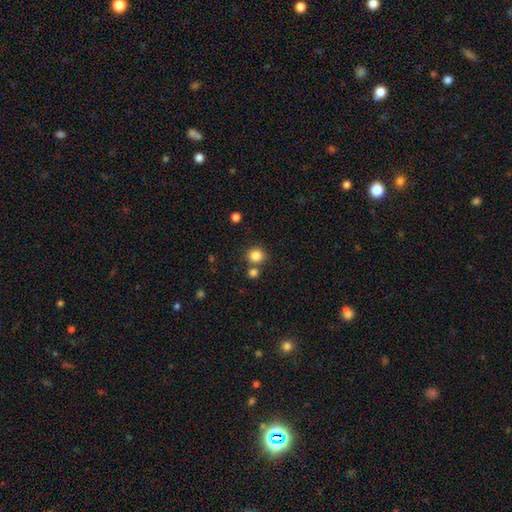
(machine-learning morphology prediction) This appears to be a smooth galaxy with no disk features (84%) that is round (87%). Merging: none (73%).